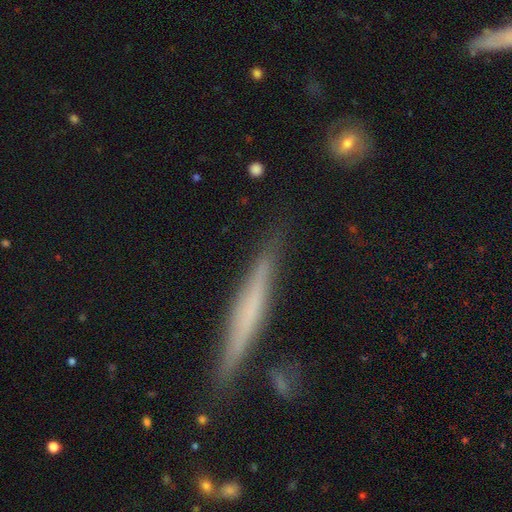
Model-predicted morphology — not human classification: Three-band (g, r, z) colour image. It shows a featured or disk galaxy (55%) viewed edge-on (96%) with no central bulge (74%). Merging: none (85%).